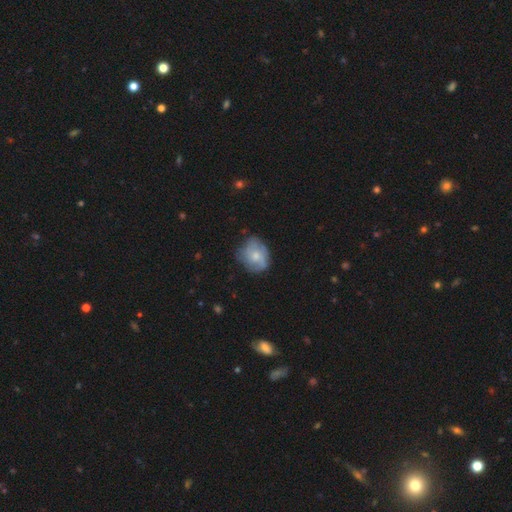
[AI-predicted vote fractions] Q: Smooth or featured?
A: smooth (50%); runner-up: featured or disk (43%)
Q: Merging?
A: none (60%); runner-up: minor disturbance (27%)